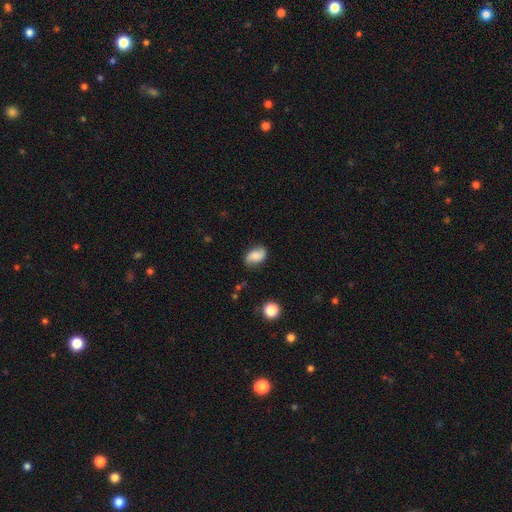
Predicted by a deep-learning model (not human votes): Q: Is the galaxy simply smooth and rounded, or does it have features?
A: smooth — 66%.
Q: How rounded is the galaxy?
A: in between — 87%.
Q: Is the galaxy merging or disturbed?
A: none — 75%.